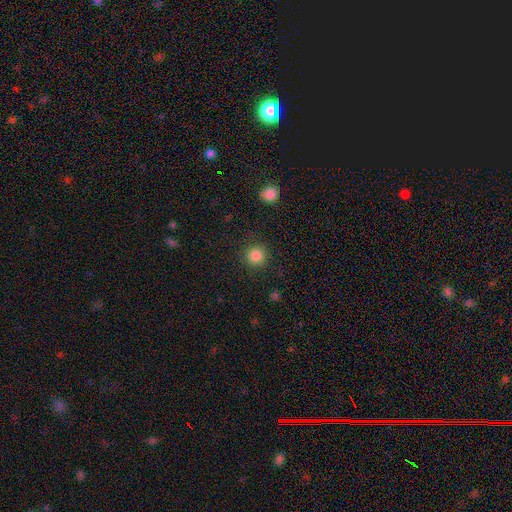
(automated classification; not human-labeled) smooth_or_featured: smooth (p=0.85) [alt: star or artifact p=0.11]
how_rounded: round (p=0.94) [alt: in between p=0.05]
merging: none (p=0.90) [alt: minor disturbance p=0.06]